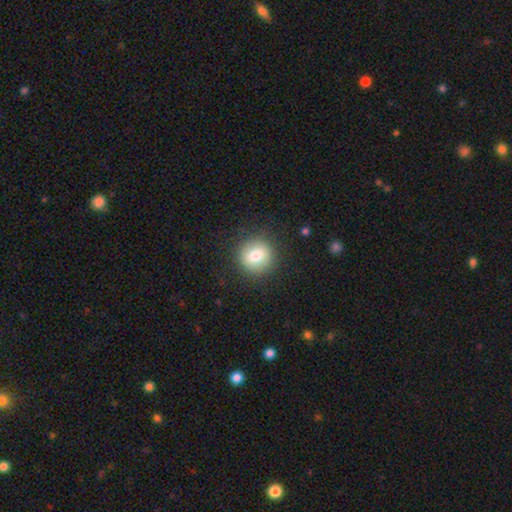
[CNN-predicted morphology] Smooth or featured? smooth (77%)
How rounded? round (91%)
Merging? none (88%)